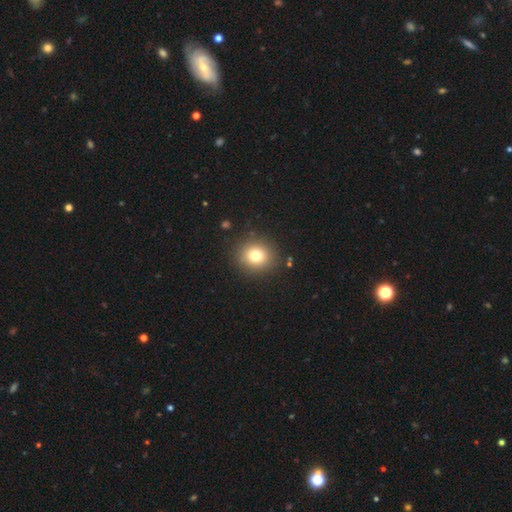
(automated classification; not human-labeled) Smooth or featured? smooth (76%)
How rounded? round (85%)
Merging? none (89%)